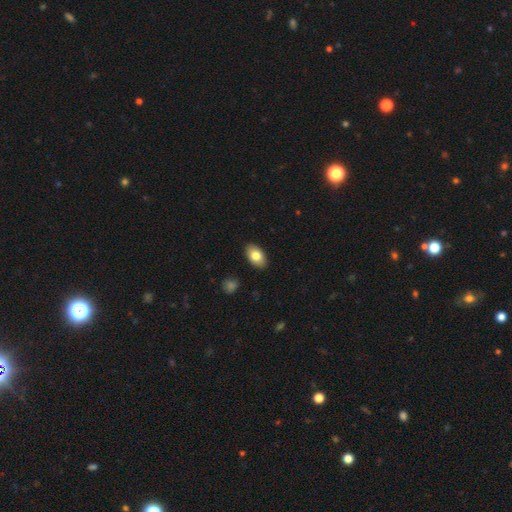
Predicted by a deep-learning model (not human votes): This is likely a smooth galaxy (80%). How rounded: clearly in between (93%). Merging: clearly none (89%).